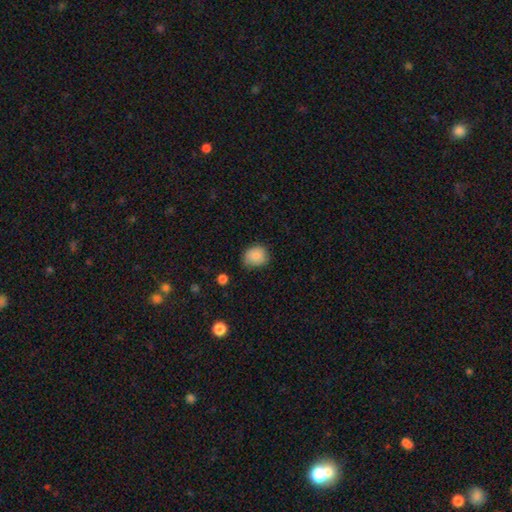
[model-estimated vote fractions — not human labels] Smooth or featured? Predicted: smooth (p=0.87). How rounded? Predicted: round (p=0.70). Merging? Predicted: none (p=0.75).